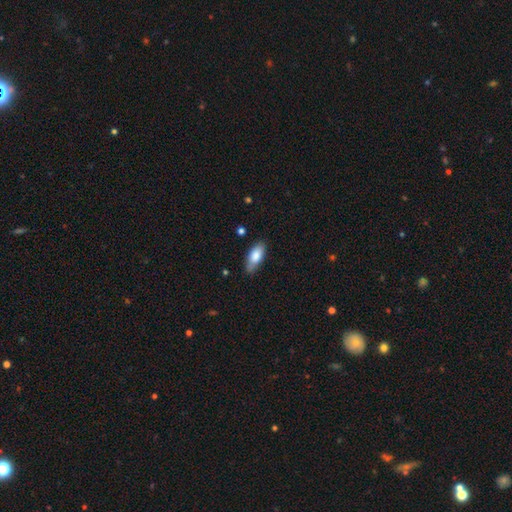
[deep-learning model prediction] Smooth or featured? smooth (80%)
How rounded? in between (82%)
Merging? none (74%)